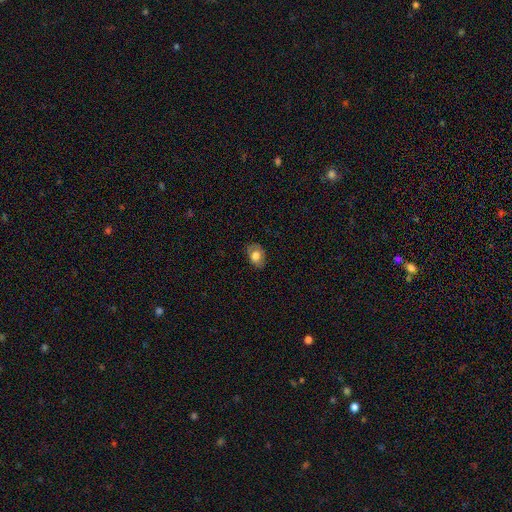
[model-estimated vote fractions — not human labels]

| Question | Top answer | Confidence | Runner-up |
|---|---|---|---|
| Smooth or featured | smooth | 73% | featured or disk (19%) |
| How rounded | in between | 76% | round (23%) |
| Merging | none | 80% | minor disturbance (15%) |